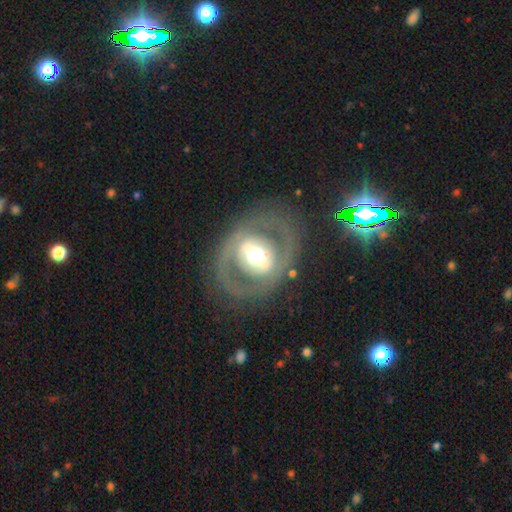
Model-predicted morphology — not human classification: type=featured or disk (67%); edge-on=no (92%); bar=strong (42%); spiral arms=no (73%); bulge=moderate (54%); merging=none (75%).